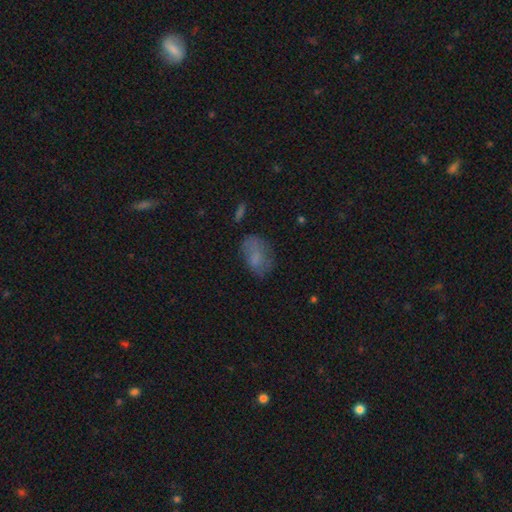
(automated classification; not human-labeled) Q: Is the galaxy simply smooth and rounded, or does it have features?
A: smooth — 69%.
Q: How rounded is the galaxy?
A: in between — 85%.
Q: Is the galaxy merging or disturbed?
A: none — 54%.